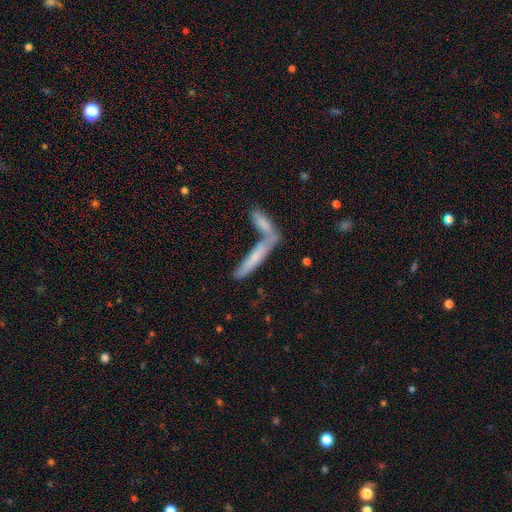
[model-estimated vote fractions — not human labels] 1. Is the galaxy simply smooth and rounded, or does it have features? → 61% smooth, 31% featured or disk, 8% star or artifact.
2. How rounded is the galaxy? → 85% cigar-shaped, 13% in between, 2% round.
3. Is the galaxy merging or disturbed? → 47% merger, 41% none, 9% minor disturbance, 4% major disturbance.